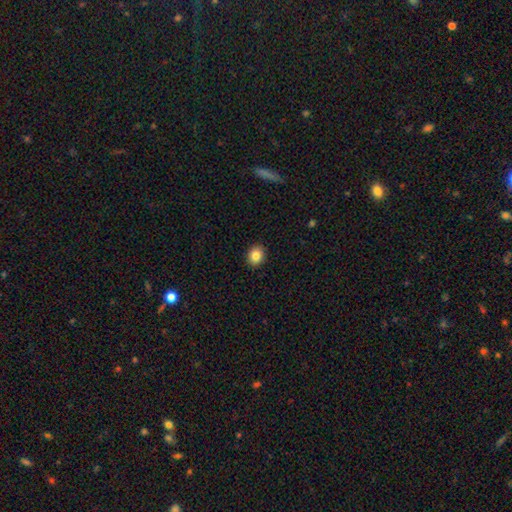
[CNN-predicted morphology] This appears to be a smooth galaxy with no disk features (84%) that is round (65%). Merging: none (92%).